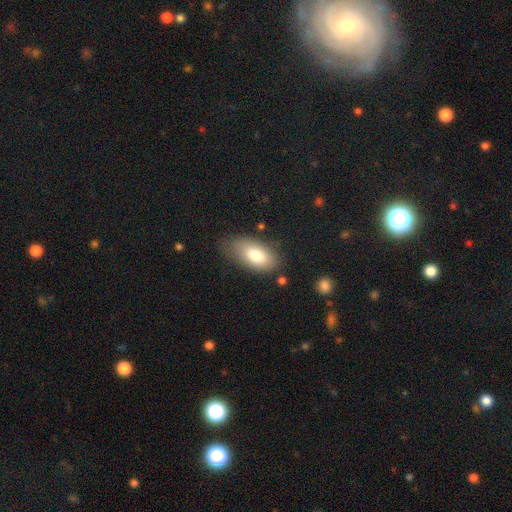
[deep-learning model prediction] smooth_or_featured: smooth (p=0.79) [alt: featured or disk p=0.14]
how_rounded: in between (p=0.92) [alt: cigar-shaped p=0.04]
merging: none (p=0.68) [alt: minor disturbance p=0.22]